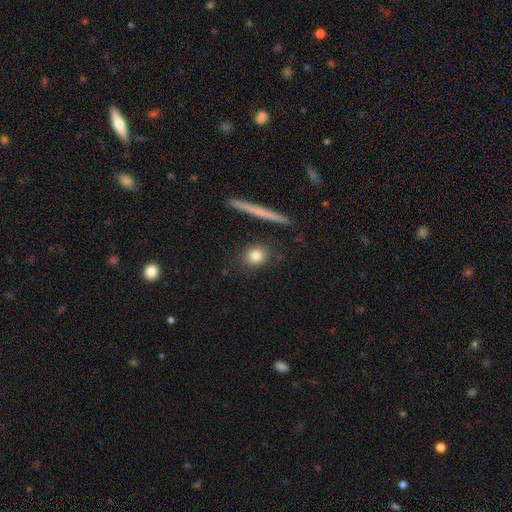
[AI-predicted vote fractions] This appears to be a smooth galaxy with no disk features (82%) that is round (66%). Merging: none (85%).